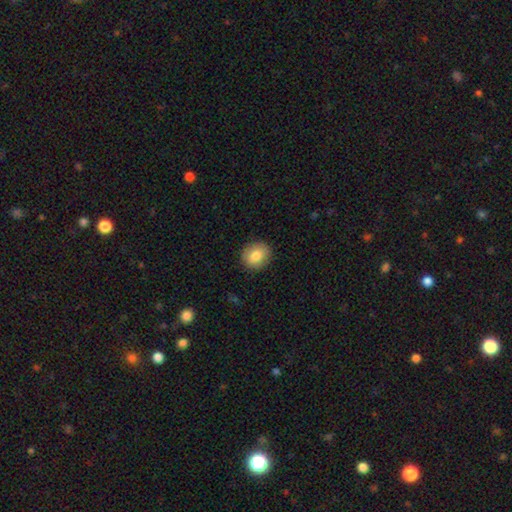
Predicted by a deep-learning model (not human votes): Morphology: type=smooth (81%); roundness=round (75%); merging=none (90%).